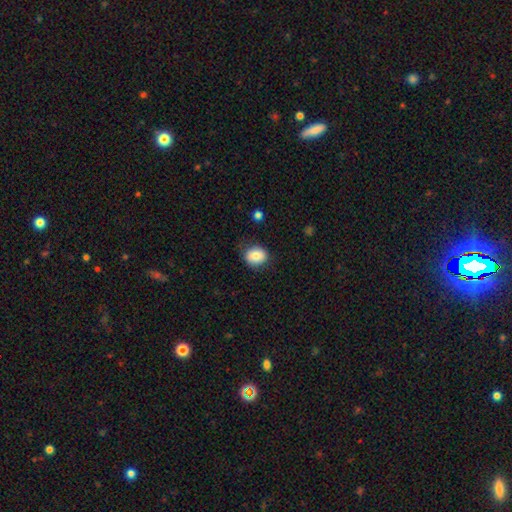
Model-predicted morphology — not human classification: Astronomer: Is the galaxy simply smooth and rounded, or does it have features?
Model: smooth — 81%.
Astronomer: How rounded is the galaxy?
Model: round — 64%.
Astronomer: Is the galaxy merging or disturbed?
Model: none — 81%.